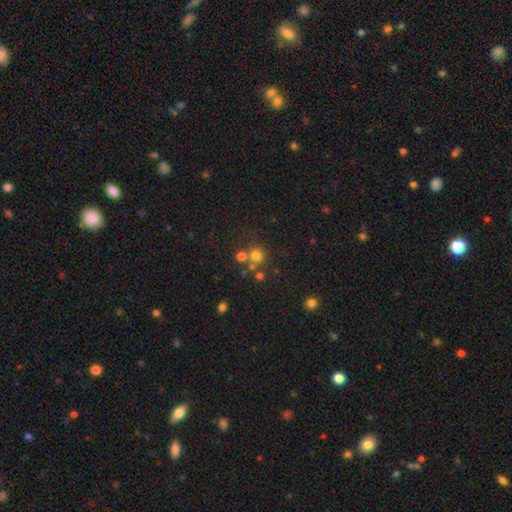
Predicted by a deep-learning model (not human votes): Smooth or featured? smooth (71%)
How rounded? round (91%)
Merging? none (63%)